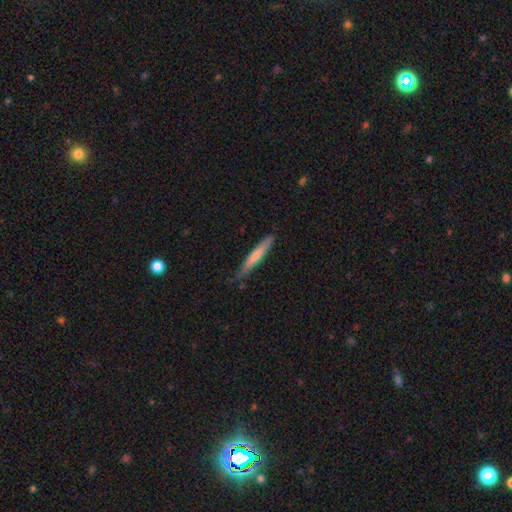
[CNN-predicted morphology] The model was most divided on "smooth or featured": smooth: 62%, featured or disk: 33%, star or artifact: 5%. More confident: how rounded — cigar-shaped (95%); merging — none (83%).